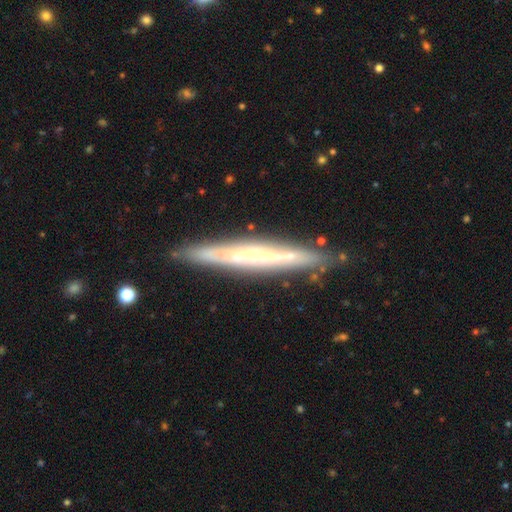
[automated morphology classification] featured or disk 68%, smooth 25%, star or artifact 7%. Down the decision tree: edge-on disk — yes (89%); edge-on bulge — none (70%); merging — none (84%).